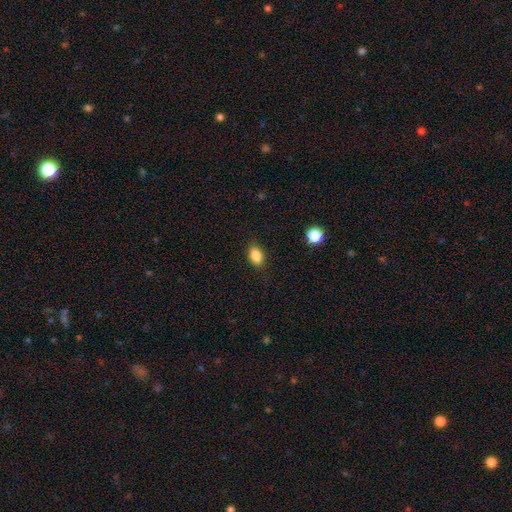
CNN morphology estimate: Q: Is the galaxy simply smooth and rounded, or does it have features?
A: smooth — 86%.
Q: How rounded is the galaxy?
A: in between — 84%.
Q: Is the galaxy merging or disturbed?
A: none — 86%.